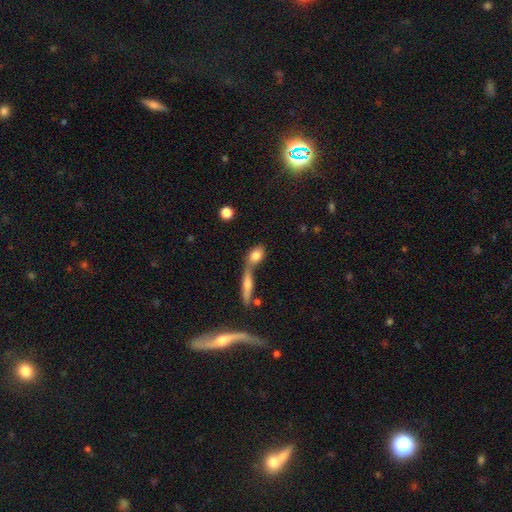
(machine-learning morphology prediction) smooth_or_featured: smooth (p=0.75) [alt: featured or disk p=0.16]
how_rounded: in between (p=0.66) [alt: round p=0.23]
merging: merger (p=0.50) [alt: none p=0.36]